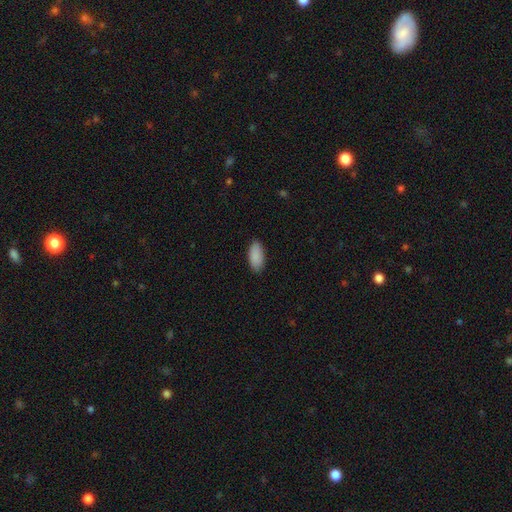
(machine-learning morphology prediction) Q: Smooth or featured?
A: smooth (90%); runner-up: star or artifact (6%)
Q: How rounded?
A: in between (91%); runner-up: cigar-shaped (7%)
Q: Merging?
A: none (87%); runner-up: minor disturbance (10%)